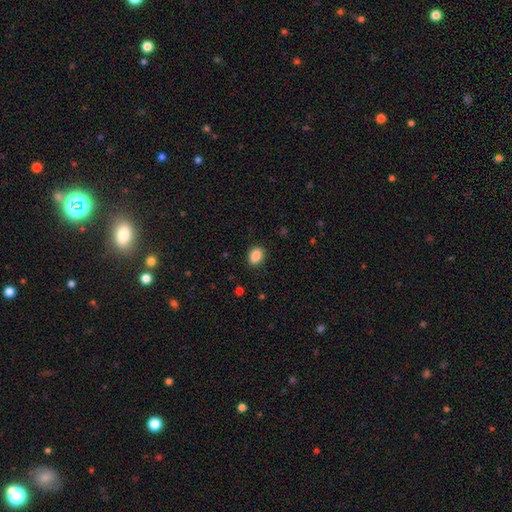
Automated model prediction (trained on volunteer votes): Morphology: type=smooth (88%); roundness=in between (72%); merging=none (88%).